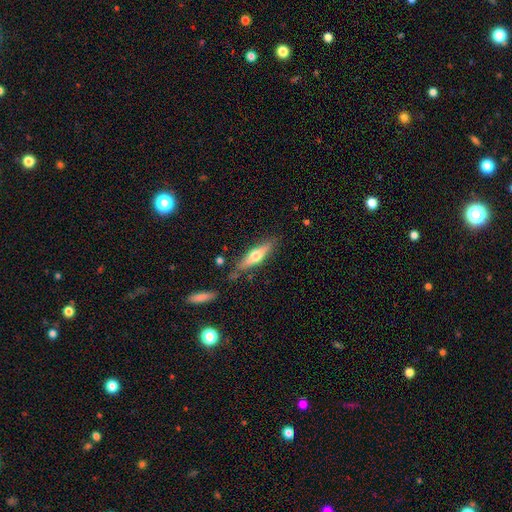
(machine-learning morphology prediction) Smooth or featured? featured or disk (50%)
Merging? none (79%)